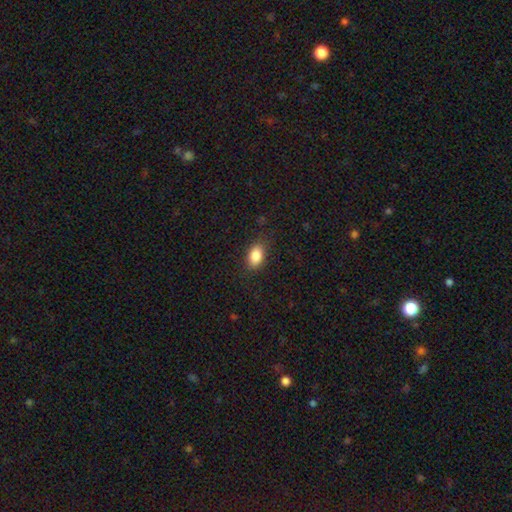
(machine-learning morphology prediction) smooth_or_featured: smooth (p=0.86) [alt: star or artifact p=0.08]
how_rounded: in between (p=0.86) [alt: round p=0.11]
merging: none (p=0.82) [alt: minor disturbance p=0.13]